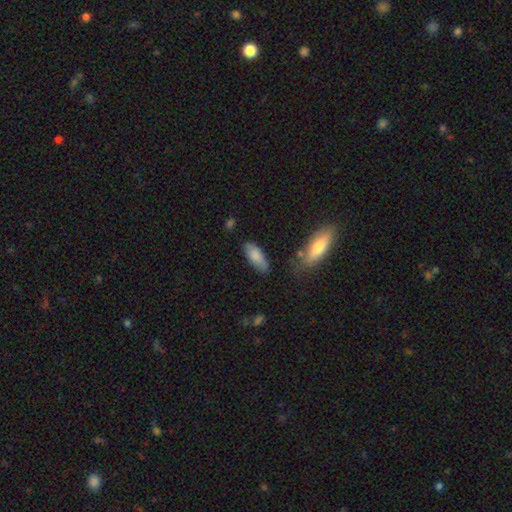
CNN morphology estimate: Overall: smooth (82%). How rounded: in between (74%). Merging: none (73%).